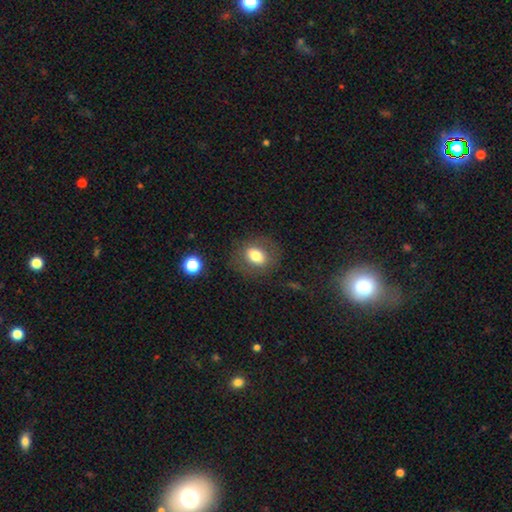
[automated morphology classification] A smooth galaxy with no disk features (73%) that is in between round and cigar-shaped (63%). Merging: none (77%).